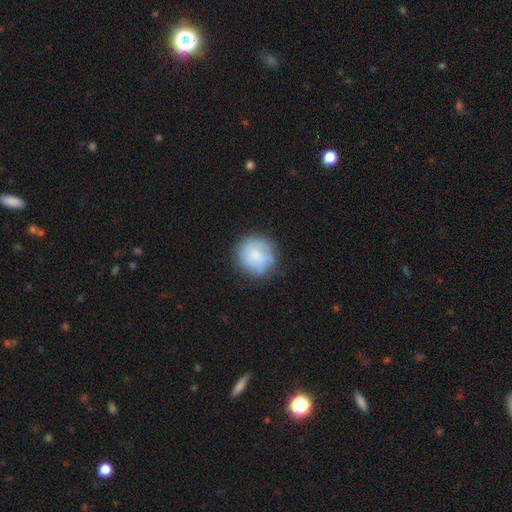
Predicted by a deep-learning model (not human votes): A smooth galaxy with no disk features (70%) that is round (89%). Merging: none (70%).